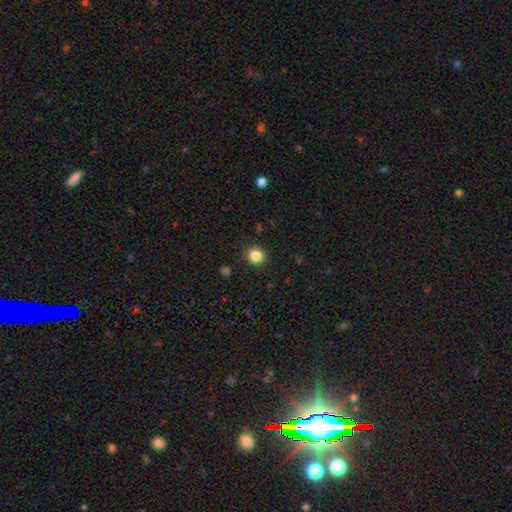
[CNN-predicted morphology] Q: Smooth or featured?
A: smooth (85%); runner-up: star or artifact (11%)
Q: How rounded?
A: round (79%); runner-up: in between (20%)
Q: Merging?
A: none (91%); runner-up: minor disturbance (6%)